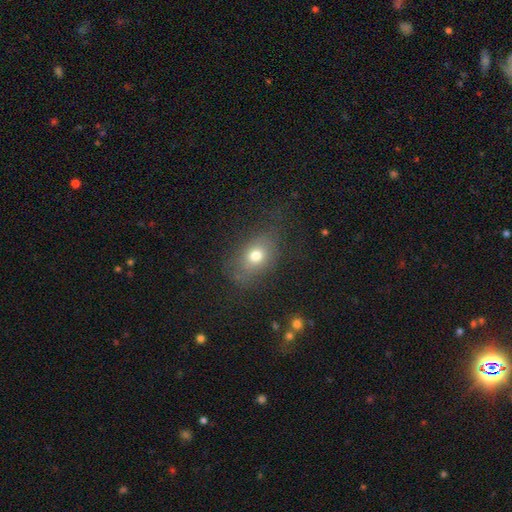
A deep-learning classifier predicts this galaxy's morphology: smooth-or-featured: smooth: 72% | featured or disk: 16% | star or artifact: 12%
  how-rounded: in between: 75% | round: 23% | cigar-shaped: 3%
  merging: none: 67% | minor disturbance: 20% | major disturbance: 11% | merger: 2%